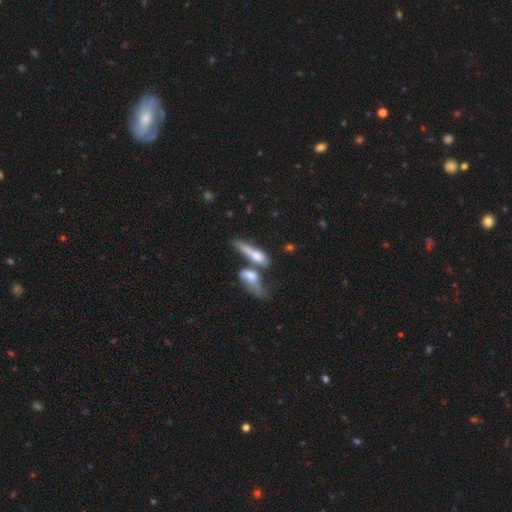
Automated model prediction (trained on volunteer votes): The model was most divided on "how rounded": cigar-shaped: 49%, in between: 46%, round: 6%. More confident: smooth or featured — smooth (63%); merging — merger (56%).